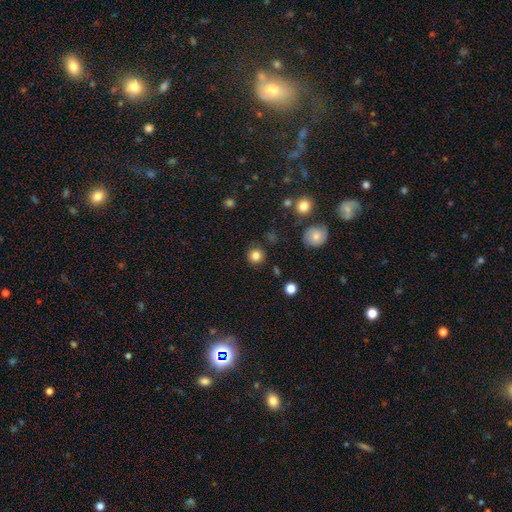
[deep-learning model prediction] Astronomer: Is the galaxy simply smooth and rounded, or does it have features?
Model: smooth — 83%.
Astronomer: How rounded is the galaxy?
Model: round — 93%.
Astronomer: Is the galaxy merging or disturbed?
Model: none — 88%.